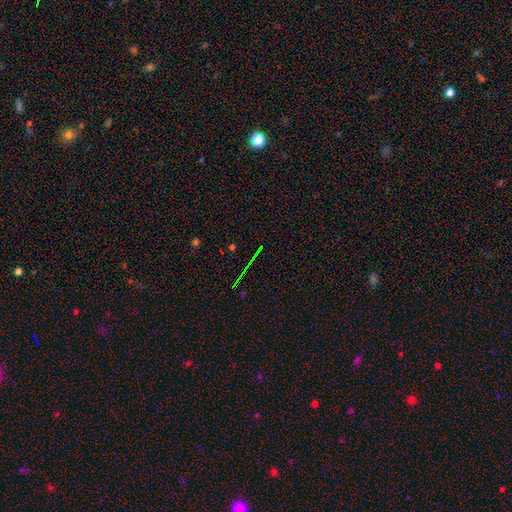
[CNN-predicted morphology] Smooth or featured: star or artifact — 77% (smooth — 13%)